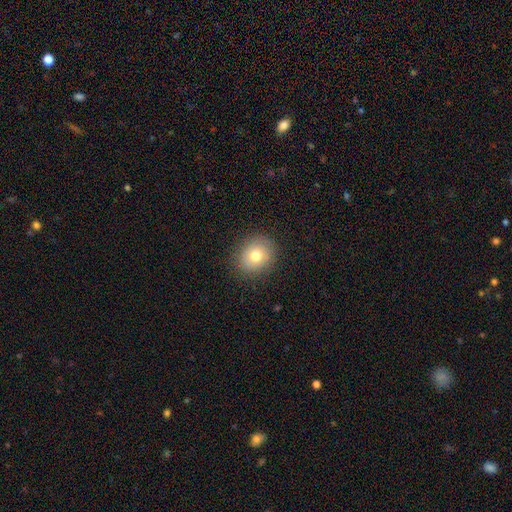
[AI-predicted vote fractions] Smooth or featured? Predicted: smooth (p=0.75). How rounded? Predicted: round (p=0.71). Merging? Predicted: none (p=0.86).